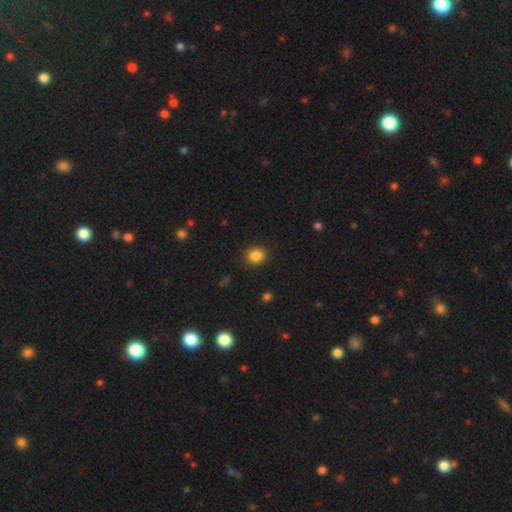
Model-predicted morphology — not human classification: smooth 85%, star or artifact 10%, featured or disk 4%. Down the decision tree: how rounded — round (78%); merging — none (89%).